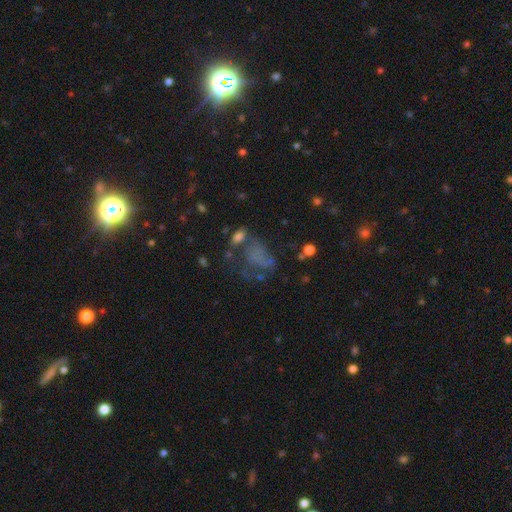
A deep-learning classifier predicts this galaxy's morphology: smooth_or_featured: smooth (p=0.44) [alt: featured or disk p=0.31]
merging: major disturbance (p=0.42) [alt: none p=0.27]